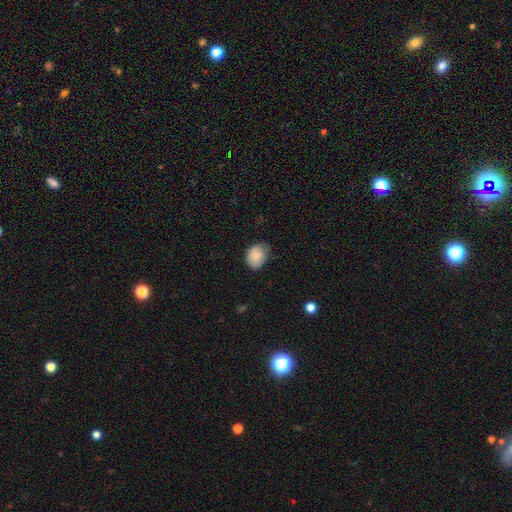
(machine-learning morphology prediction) smooth 85%, featured or disk 8%, star or artifact 7%. Down the decision tree: how rounded — in between (60%); merging — none (60%).